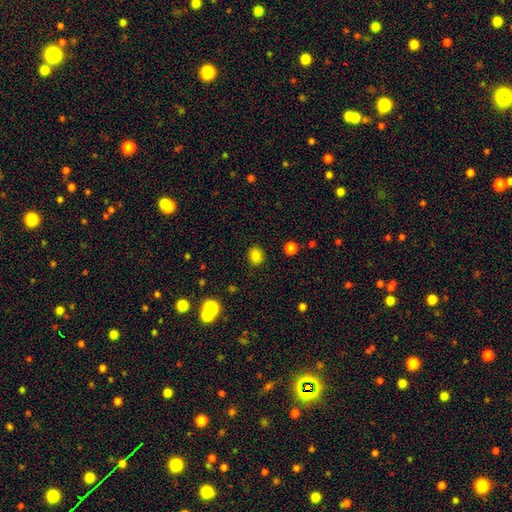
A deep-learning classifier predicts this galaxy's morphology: The model was most divided on "how rounded": round: 72%, in between: 27%, cigar-shaped: 1%. More confident: merging — none (89%); smooth or featured — smooth (83%).